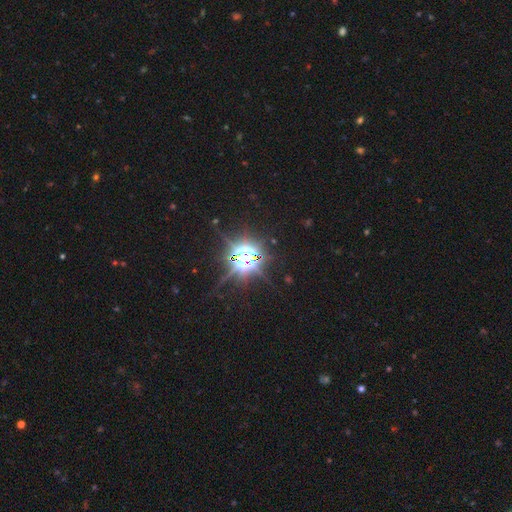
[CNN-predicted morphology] This appears to be a star or artifact, not a galaxy (86%).